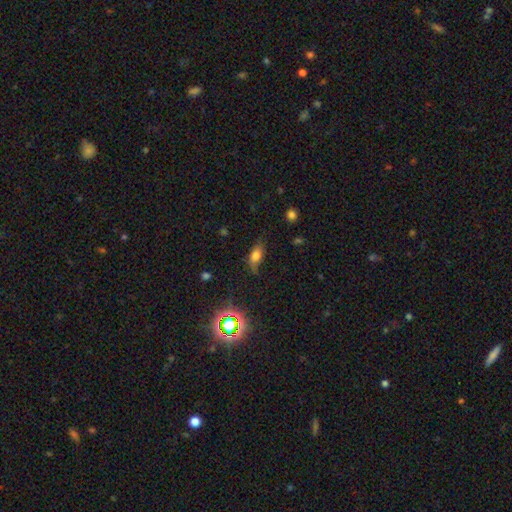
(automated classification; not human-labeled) smooth_or_featured: smooth (p=0.65) [alt: featured or disk p=0.20]
how_rounded: in between (p=0.79) [alt: cigar-shaped p=0.14]
merging: none (p=0.65) [alt: minor disturbance p=0.25]